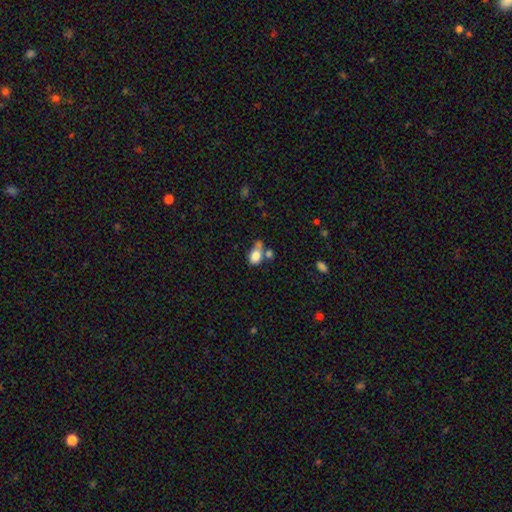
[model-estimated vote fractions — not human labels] This is clearly a smooth galaxy (82%). How rounded: likely in between (76%). Merging: marginally merger (36%, tied with none).